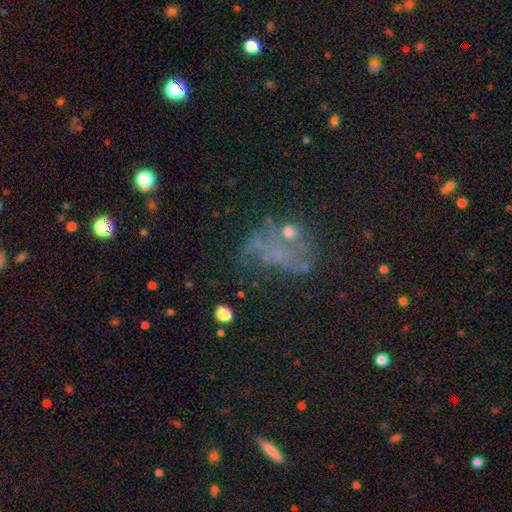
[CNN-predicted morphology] The model was most divided on "merging": major disturbance: 38%, none: 33%, minor disturbance: 19%, merger: 10%. Remaining: smooth or featured — featured or disk (39%).